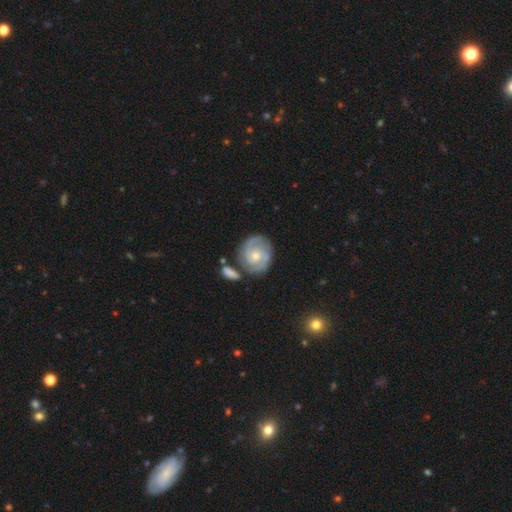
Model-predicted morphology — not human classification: A featured or disk galaxy (73%) with no bar (70%), 2 (58%) tight (59%) spiral arms (90%) and a moderate central bulge (56%).

Vote fractions:
- Smooth or featured? featured or disk: 73% / smooth: 22% / star or artifact: 5%
- Edge-on disk? no: 97% / yes: 3%
- Bar? no: 70% / weak: 25% / strong: 4%
- Spiral arms? yes: 90% / no: 10%
- Spiral winding? tight: 59% / medium: 32% / loose: 9%
- Spiral arm count? 2: 58% / can't tell: 21% / 3: 12% / 1: 4% / 4: 3% / more than 4: 3%
- Bulge size? moderate: 56% / small: 36% / large: 5% / none: 2% / dominant: 1%
- Merging? none: 66% / minor disturbance: 17% / merger: 12% / major disturbance: 6%